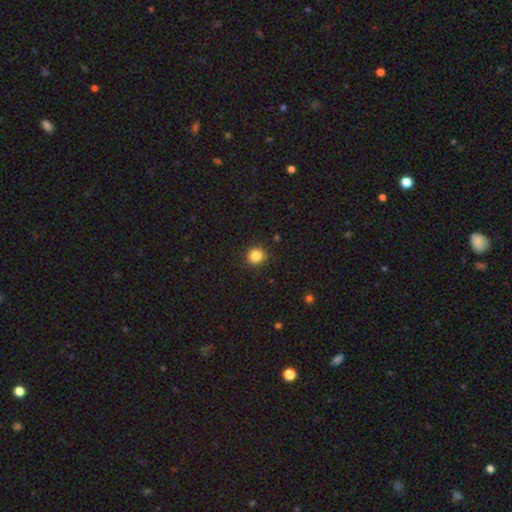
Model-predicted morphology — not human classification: Q: Smooth or featured?
A: smooth (85%); runner-up: star or artifact (11%)
Q: How rounded?
A: round (90%); runner-up: in between (9%)
Q: Merging?
A: none (89%); runner-up: minor disturbance (8%)